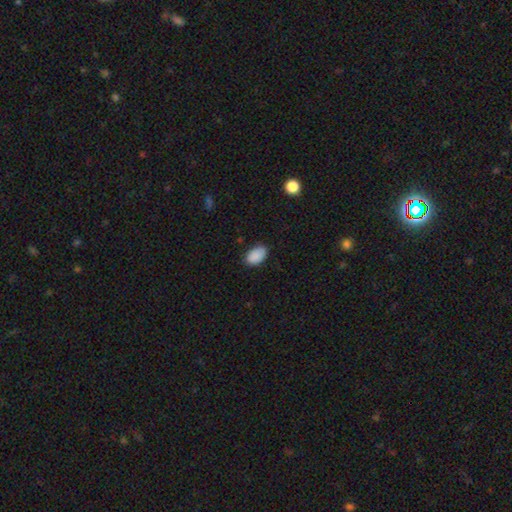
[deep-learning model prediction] This is clearly a smooth galaxy (89%). How rounded: clearly in between (91%). Merging: clearly none (80%).